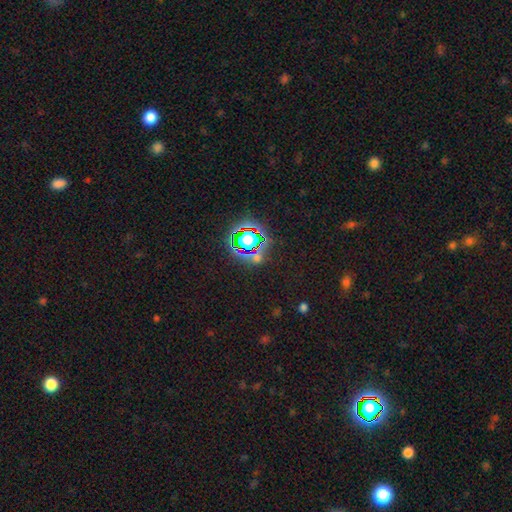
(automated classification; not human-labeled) Morphology: type=star or artifact (74%).